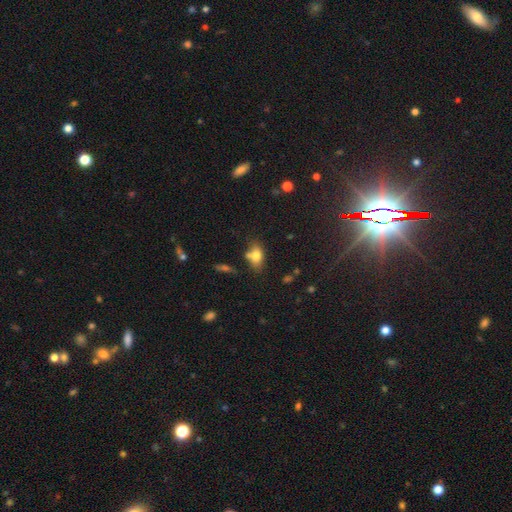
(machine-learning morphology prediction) smooth 75%, featured or disk 15%, star or artifact 10%. Down the decision tree: how rounded — in between (83%); merging — none (60%).